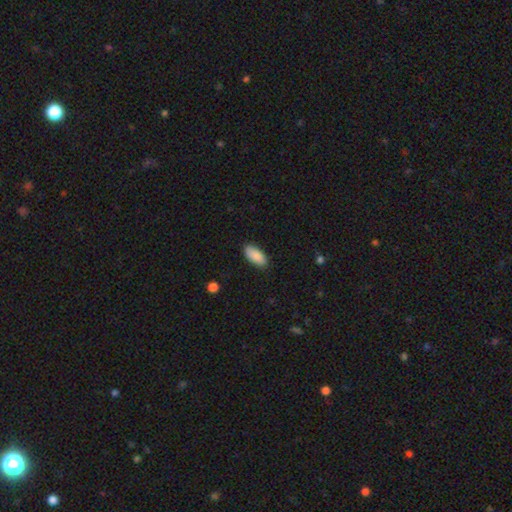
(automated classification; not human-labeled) smooth_or_featured: smooth (p=0.89) [alt: star or artifact p=0.06]
how_rounded: in between (p=0.90) [alt: cigar-shaped p=0.08]
merging: none (p=0.85) [alt: minor disturbance p=0.12]